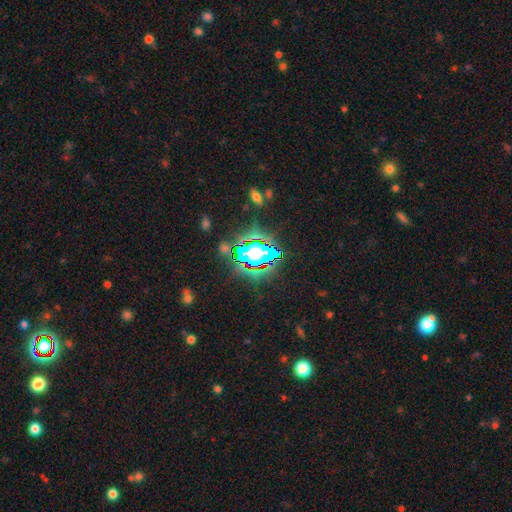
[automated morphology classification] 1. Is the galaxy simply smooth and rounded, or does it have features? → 73% star or artifact, 16% smooth, 11% featured or disk.